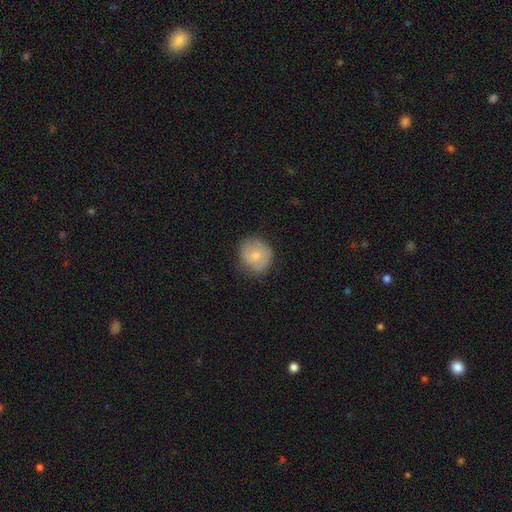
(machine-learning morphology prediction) Q: Smooth or featured?
A: smooth (68%); runner-up: featured or disk (25%)
Q: How rounded?
A: round (84%); runner-up: in between (15%)
Q: Merging?
A: none (75%); runner-up: minor disturbance (19%)